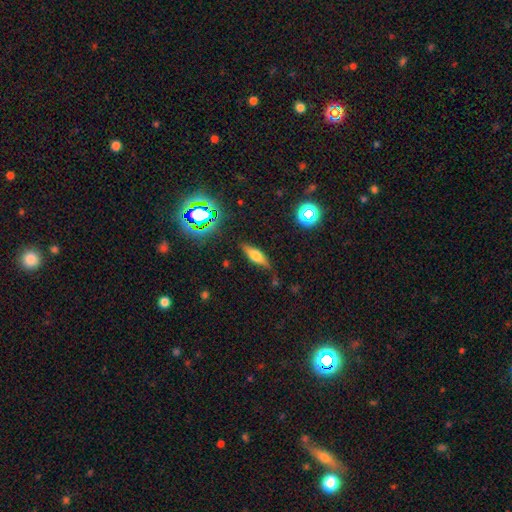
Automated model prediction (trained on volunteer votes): This appears to be a smooth galaxy with no disk features (45%). Merging: none (78%).